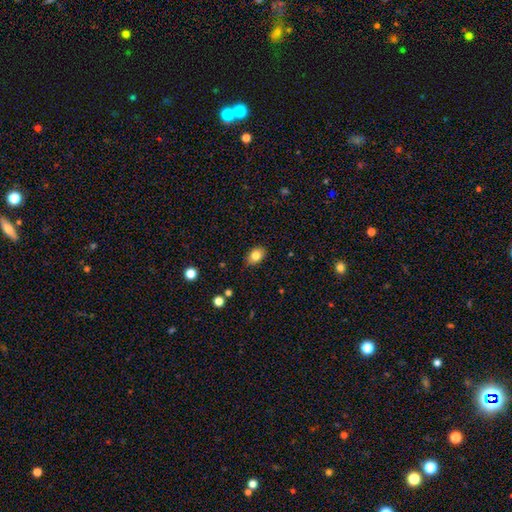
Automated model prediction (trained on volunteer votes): smooth_or_featured: smooth (p=0.82) [alt: featured or disk p=0.09]
how_rounded: in between (p=0.79) [alt: round p=0.20]
merging: none (p=0.86) [alt: minor disturbance p=0.11]